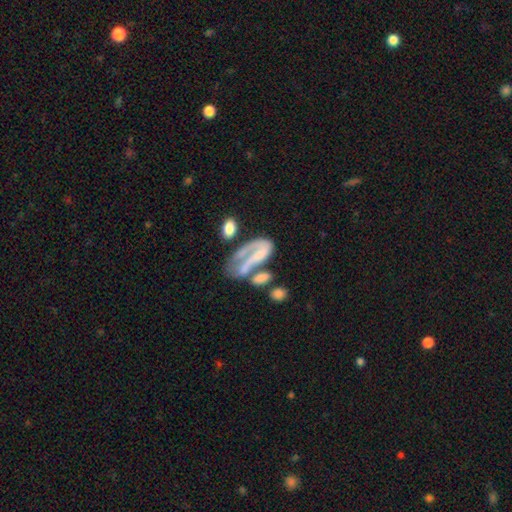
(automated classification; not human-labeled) A featured or disk galaxy (63%) with no bar (52%), spiral arms (55%) and no central bulge (56%). Merging: merger (36%).